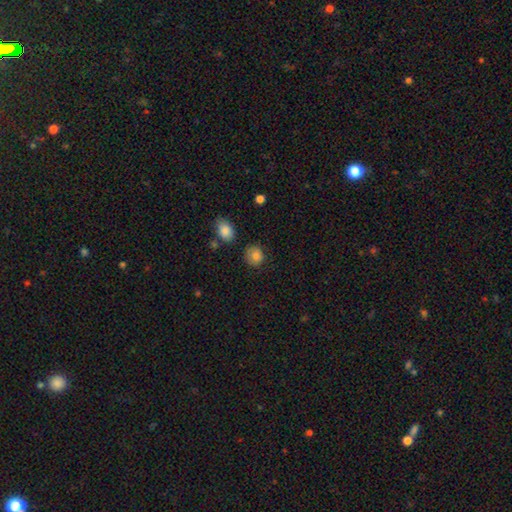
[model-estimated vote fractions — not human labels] This appears to be a smooth galaxy with no disk features (84%) that is round (79%). Merging: none (78%).